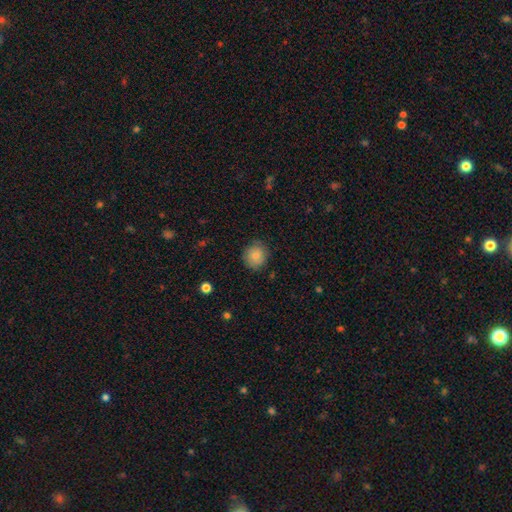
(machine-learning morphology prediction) A smooth galaxy with no disk features (84%) that is round (87%). Merging: none (85%).